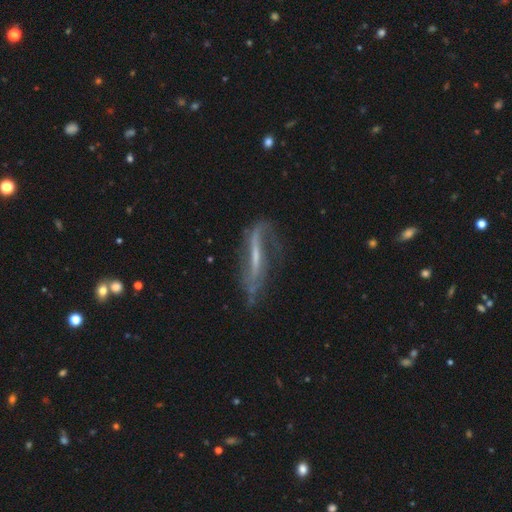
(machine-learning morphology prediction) The model was most divided on "edge-on disk": no: 57%, yes: 43%. More confident: smooth or featured — featured or disk (74%); merging — none (52%).